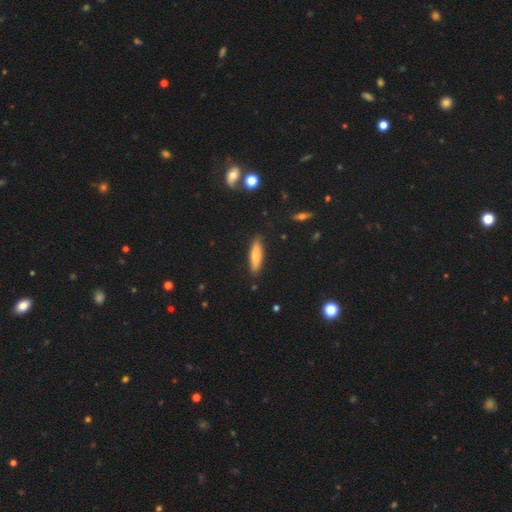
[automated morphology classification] smooth 74%, featured or disk 19%, star or artifact 6%. Down the decision tree: how rounded — cigar-shaped (74%); merging — none (87%).